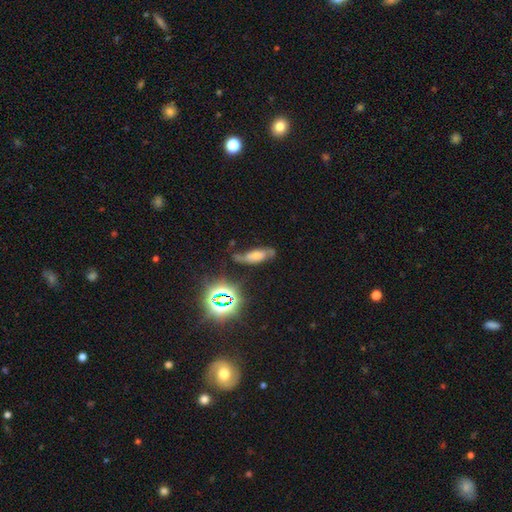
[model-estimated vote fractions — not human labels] smooth-or-featured: featured or disk: 42% | smooth: 29% | star or artifact: 29%
  merging: none: 55% | minor disturbance: 26% | major disturbance: 14% | merger: 5%